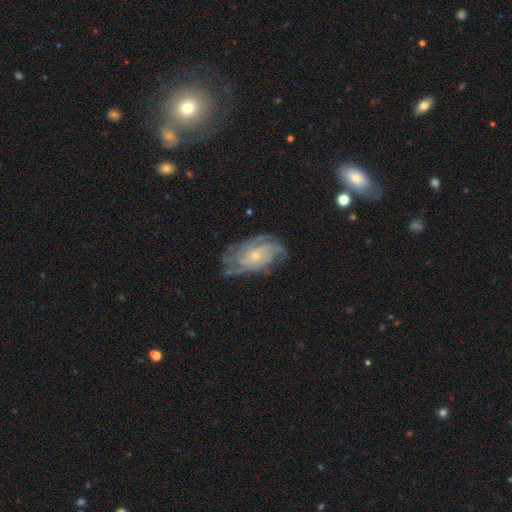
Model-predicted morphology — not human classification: Smooth or featured: featured or disk — 82% (smooth — 12%)
Edge-on disk: no — 96% (yes — 4%)
Bar: no — 75% (weak — 21%)
Spiral arms: yes — 94% (no — 6%)
Spiral winding: tight — 53% (medium — 35%)
Spiral arm count: can't tell — 35% (3 — 19%)
Bulge size: small — 71% (moderate — 24%)
Merging: none — 68% (minor disturbance — 21%)